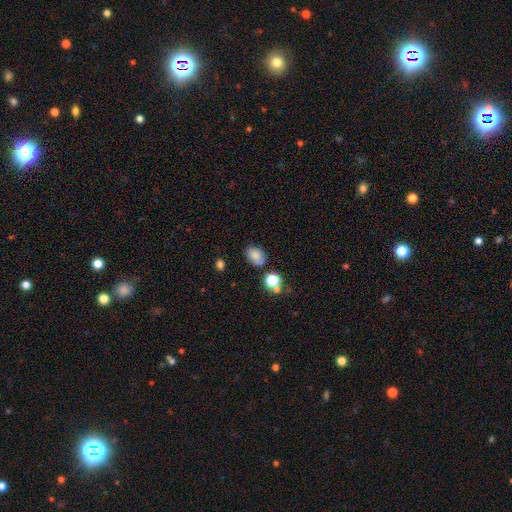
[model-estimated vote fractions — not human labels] The model was most divided on "how rounded": in between: 74%, round: 24%, cigar-shaped: 1%. More confident: smooth or featured — smooth (80%); merging — none (71%).